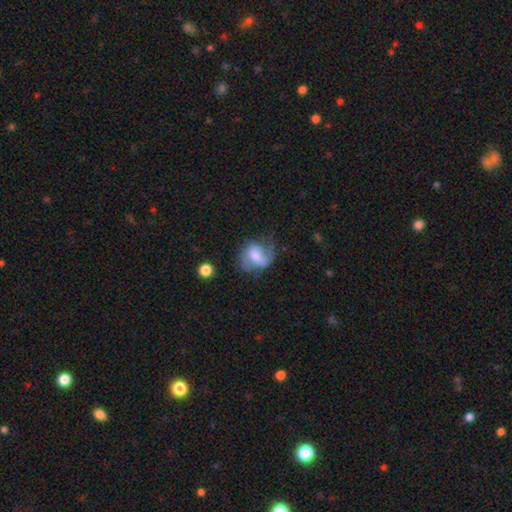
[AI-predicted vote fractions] Morphology: type=featured or disk (52%); edge-on=no (97%); bar=weak (44%); spiral arms=yes (78%); bulge=moderate (53%); merging=none (44%).